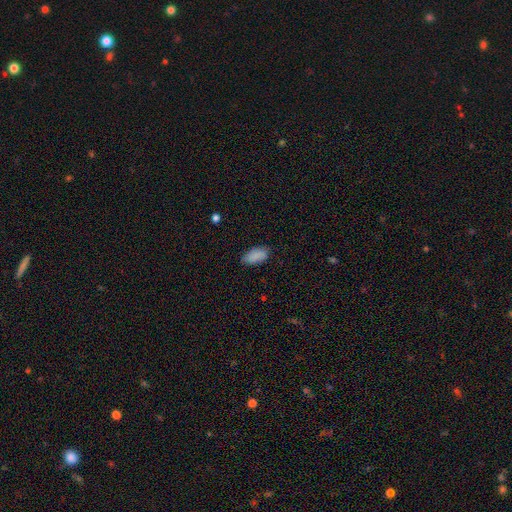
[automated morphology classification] Smooth or featured? smooth (87%)
How rounded? in between (91%)
Merging? none (78%)